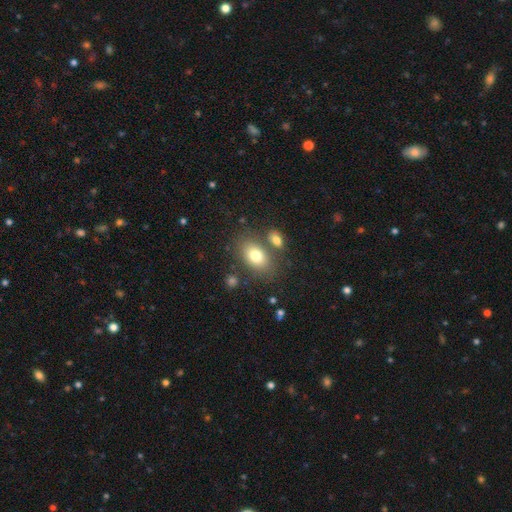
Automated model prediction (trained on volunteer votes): A smooth galaxy with no disk features (77%) that is in between round and cigar-shaped (84%).

Vote fractions:
- Smooth or featured? smooth: 77% / featured or disk: 13% / star or artifact: 10%
- How rounded? in between: 84% / round: 14% / cigar-shaped: 2%
- Merging? none: 69% / merger: 15% / minor disturbance: 11% / major disturbance: 4%